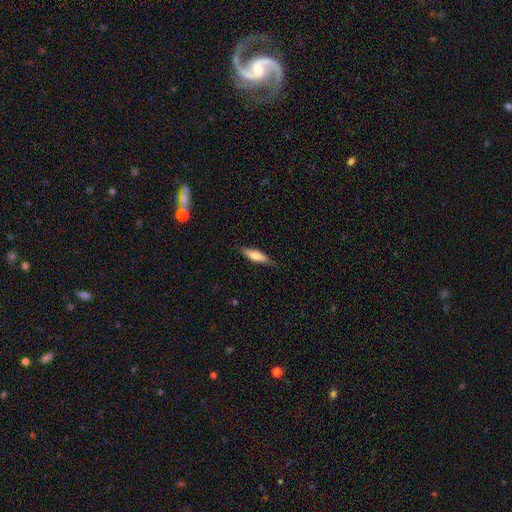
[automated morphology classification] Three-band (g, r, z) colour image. It shows a smooth galaxy with no disk features (75%) that is cigar-shaped (53%). Merging: none (78%).